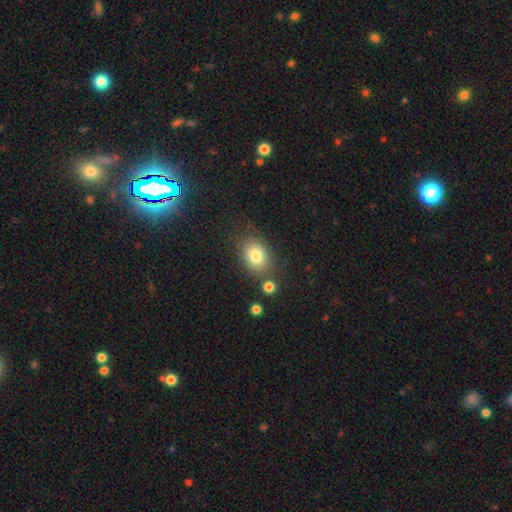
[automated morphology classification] This is likely a smooth galaxy (79%). How rounded: likely in between (64%). Merging: likely none (71%).